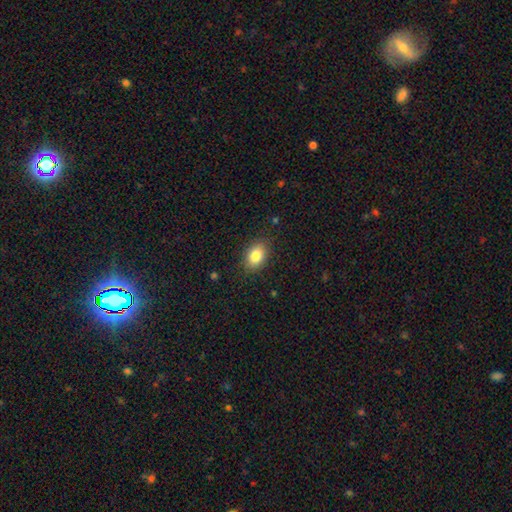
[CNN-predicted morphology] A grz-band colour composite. It shows a smooth galaxy with no disk features (84%) that is in between round and cigar-shaped (84%). Merging: none (85%).